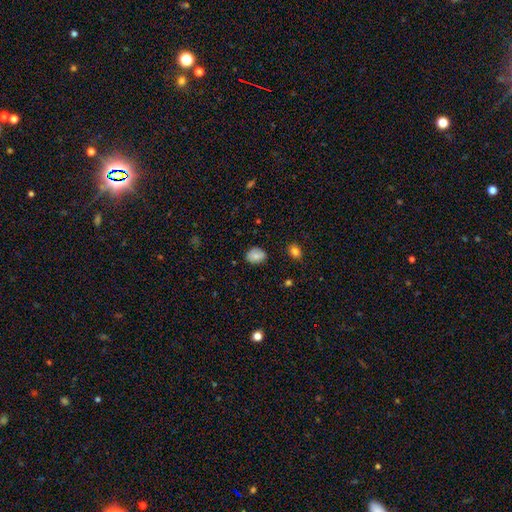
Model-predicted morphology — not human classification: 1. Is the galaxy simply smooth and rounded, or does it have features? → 80% smooth, 11% featured or disk, 9% star or artifact.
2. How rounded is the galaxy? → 59% in between, 40% round, 1% cigar-shaped.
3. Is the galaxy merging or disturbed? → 78% none, 17% minor disturbance, 3% major disturbance, 2% merger.